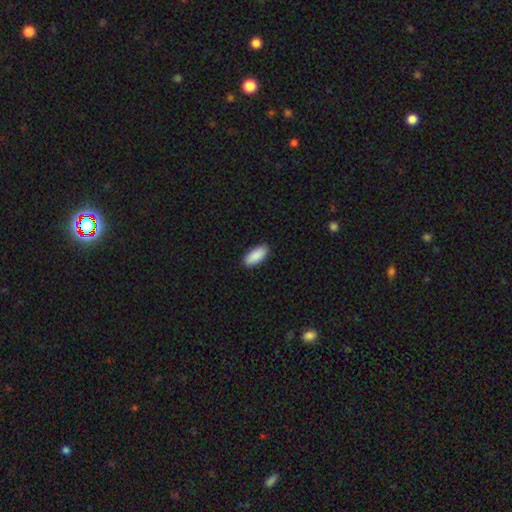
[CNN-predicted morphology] A smooth galaxy with no disk features (91%) that is in between round and cigar-shaped (89%). Merging: none (90%).